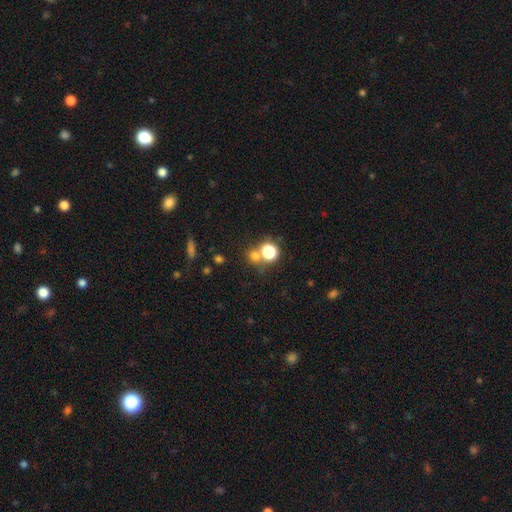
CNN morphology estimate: smooth 54%, star or artifact 37%, featured or disk 9%. Down the decision tree: how rounded — round (86%); merging — none (65%).